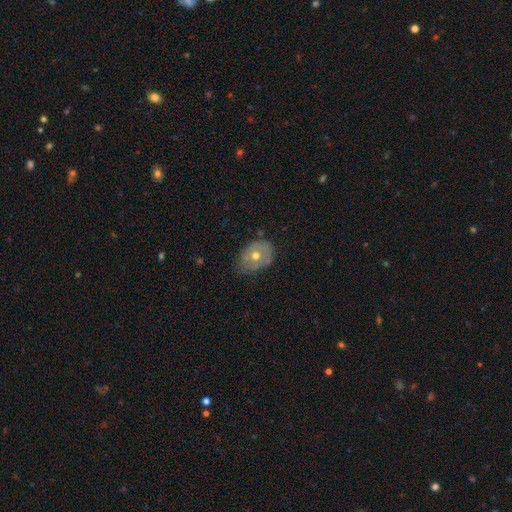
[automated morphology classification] Smooth or featured?
  - featured or disk: 48% *
  - smooth: 44%
  - star or artifact: 8%
Merging?
  - none: 59% *
  - minor disturbance: 31%
  - major disturbance: 8%
  - merger: 2%